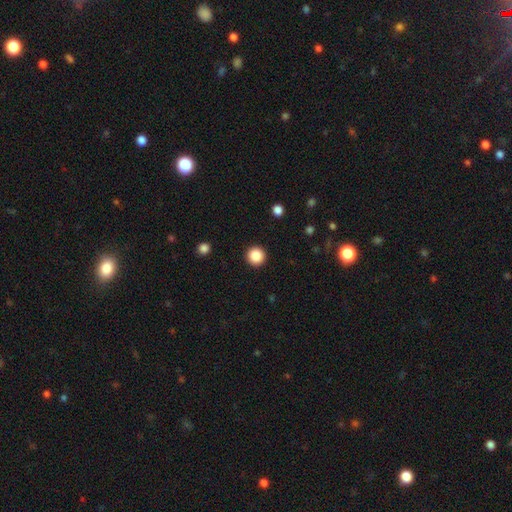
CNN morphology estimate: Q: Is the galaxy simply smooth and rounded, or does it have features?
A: smooth — 86%.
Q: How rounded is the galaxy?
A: round — 96%.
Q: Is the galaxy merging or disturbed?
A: none — 93%.